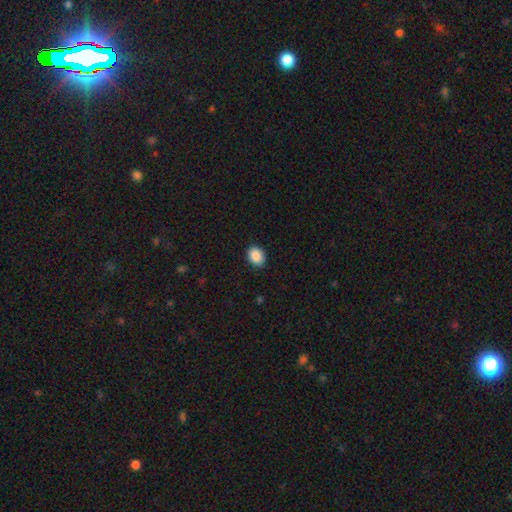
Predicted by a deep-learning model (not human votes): A smooth galaxy with no disk features (89%) that is in between round and cigar-shaped (59%). Merging: none (88%).